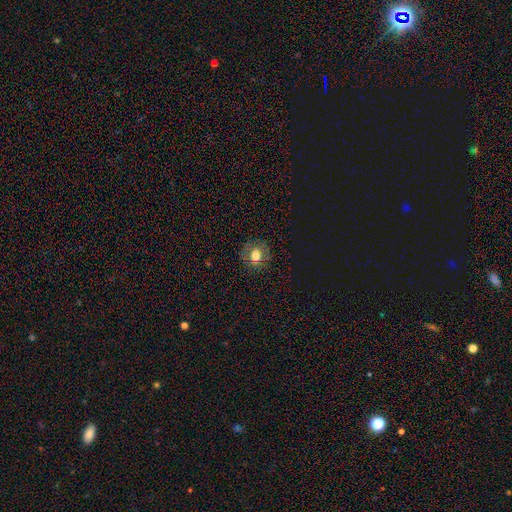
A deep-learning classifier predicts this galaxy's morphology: Overall: smooth (70%). How rounded: round (74%). Merging: none (84%).